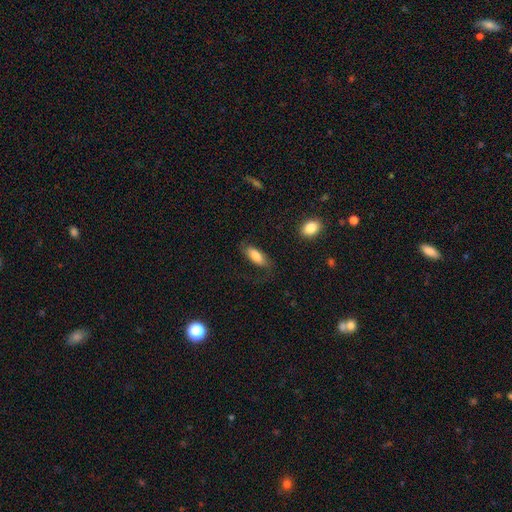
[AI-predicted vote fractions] Smooth or featured: smooth — 78% (featured or disk — 15%)
How rounded: in between — 76% (cigar-shaped — 21%)
Merging: none — 65% (minor disturbance — 20%)